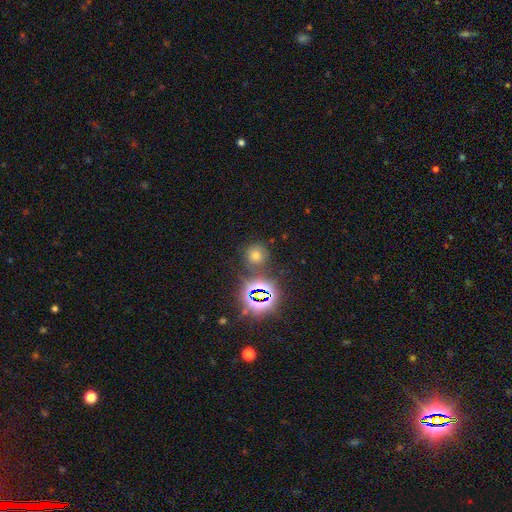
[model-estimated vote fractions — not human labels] smooth_or_featured: smooth (p=0.55) [alt: star or artifact p=0.36]
how_rounded: round (p=0.90) [alt: in between p=0.09]
merging: none (p=0.80) [alt: minor disturbance p=0.09]